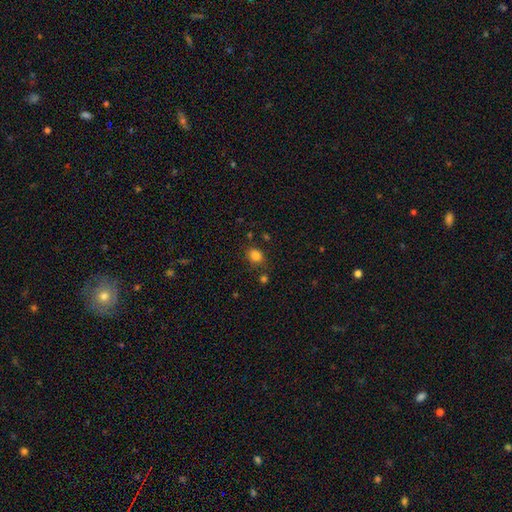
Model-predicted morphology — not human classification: smooth_or_featured: smooth (p=0.82) [alt: star or artifact p=0.13]
how_rounded: round (p=0.53) [alt: in between p=0.46]
merging: none (p=0.78) [alt: minor disturbance p=0.12]